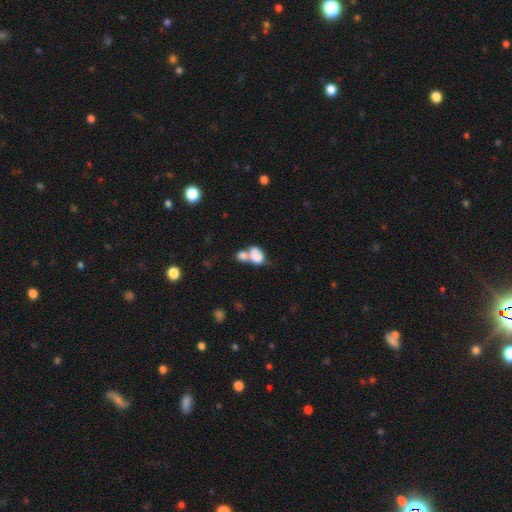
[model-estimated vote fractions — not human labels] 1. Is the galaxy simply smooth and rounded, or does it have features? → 77% smooth, 14% featured or disk, 8% star or artifact.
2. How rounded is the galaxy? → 76% in between, 23% round, 2% cigar-shaped.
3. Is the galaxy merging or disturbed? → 71% merger, 16% none, 8% minor disturbance, 6% major disturbance.